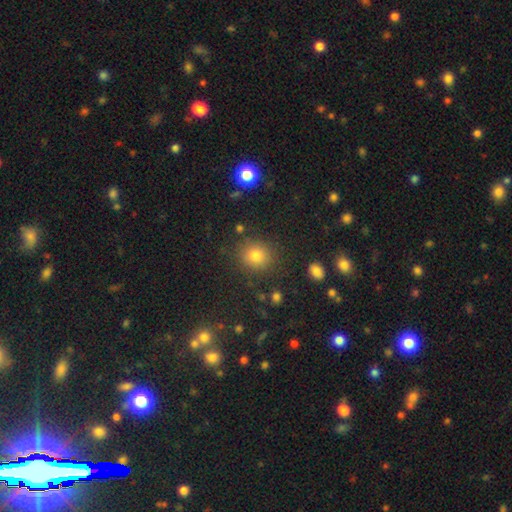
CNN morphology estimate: Smooth or featured?
  - smooth: 78% *
  - star or artifact: 16%
  - featured or disk: 6%
How rounded?
  - round: 85% *
  - in between: 14%
  - cigar-shaped: 1%
Merging?
  - none: 87% *
  - minor disturbance: 7%
  - major disturbance: 3%
  - merger: 2%